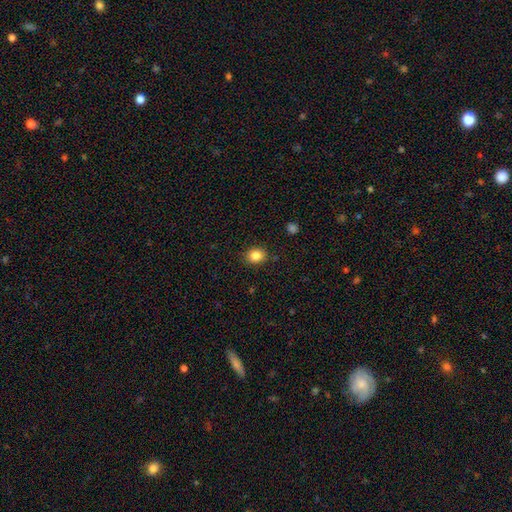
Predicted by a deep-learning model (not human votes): Smooth or featured? smooth (85%)
How rounded? round (60%)
Merging? none (87%)